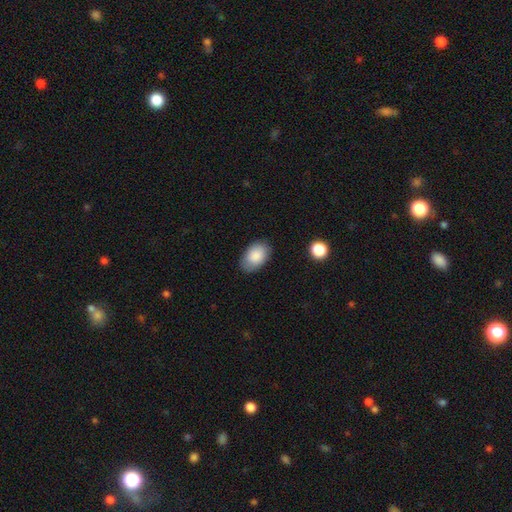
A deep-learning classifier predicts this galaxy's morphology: This is clearly a smooth galaxy (87%). How rounded: clearly in between (91%). Merging: clearly none (81%).